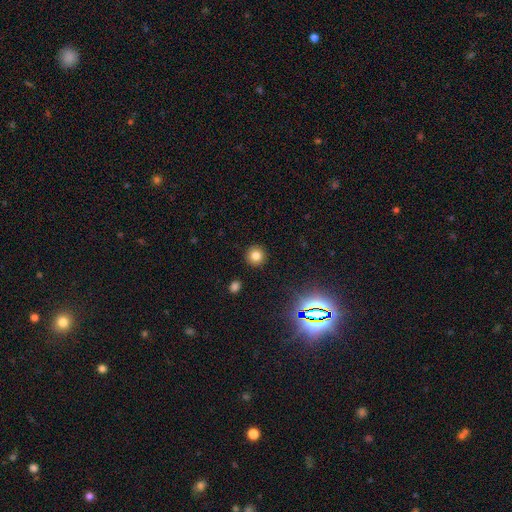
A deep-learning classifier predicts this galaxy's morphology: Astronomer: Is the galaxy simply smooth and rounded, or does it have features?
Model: smooth — 78%.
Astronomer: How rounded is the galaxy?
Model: round — 94%.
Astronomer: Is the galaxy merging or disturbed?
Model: none — 92%.